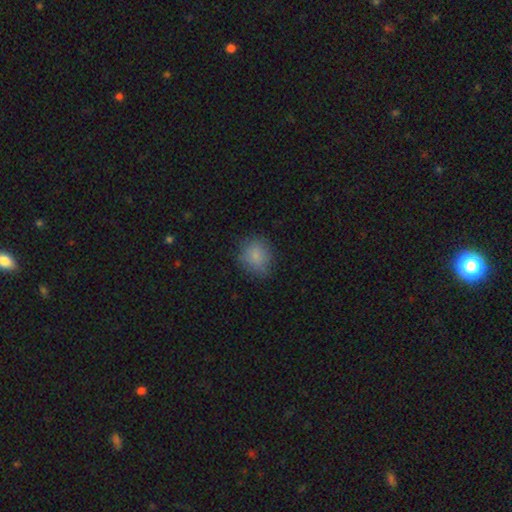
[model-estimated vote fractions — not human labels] This appears to be a smooth galaxy with no disk features (83%) that is round (72%). Merging: none (73%).